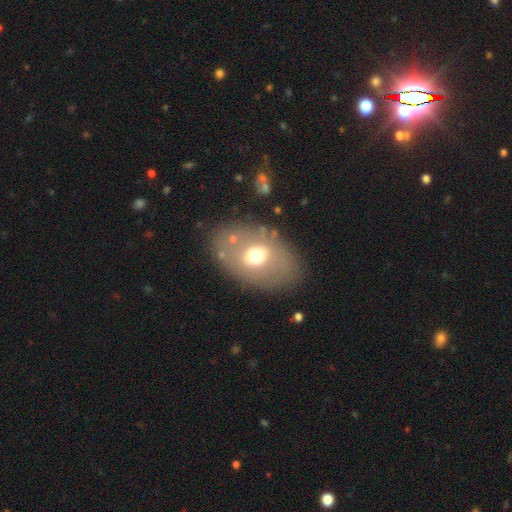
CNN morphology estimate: Q: Smooth or featured?
A: smooth (56%); runner-up: featured or disk (33%)
Q: How rounded?
A: in between (78%); runner-up: round (20%)
Q: Merging?
A: none (78%); runner-up: minor disturbance (12%)